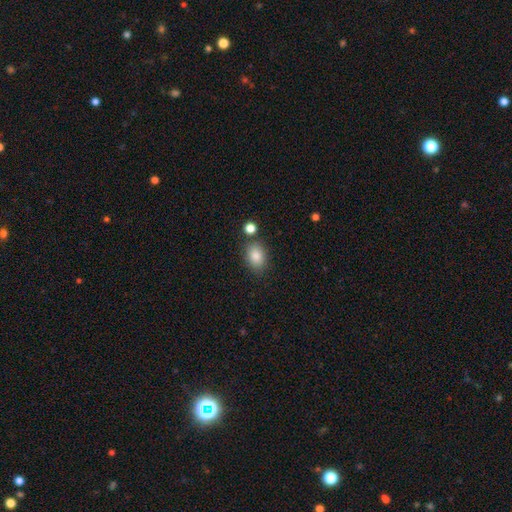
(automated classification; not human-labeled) This appears to be a smooth galaxy with no disk features (84%) that is in between round and cigar-shaped (79%). Merging: none (76%).